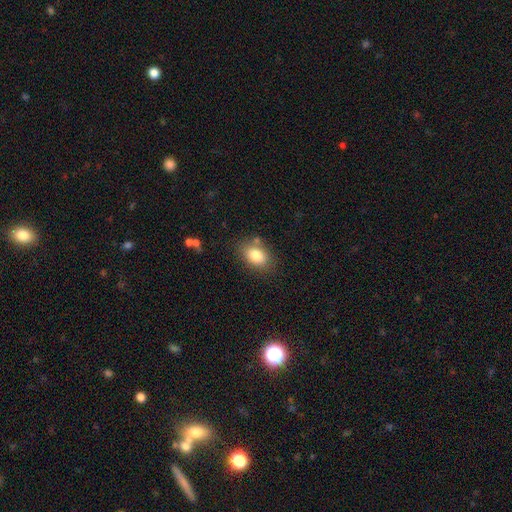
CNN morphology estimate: smooth_or_featured: smooth (p=0.82) [alt: featured or disk p=0.09]
how_rounded: in between (p=0.82) [alt: round p=0.17]
merging: none (p=0.76) [alt: minor disturbance p=0.14]